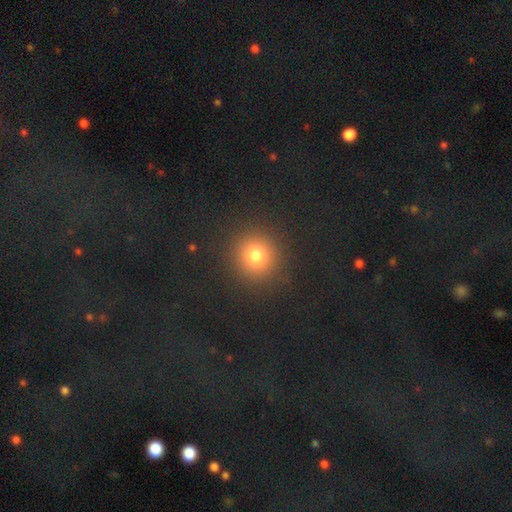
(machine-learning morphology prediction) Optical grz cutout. It shows a smooth galaxy with no disk features (75%) that is round (93%). Merging: none (91%).